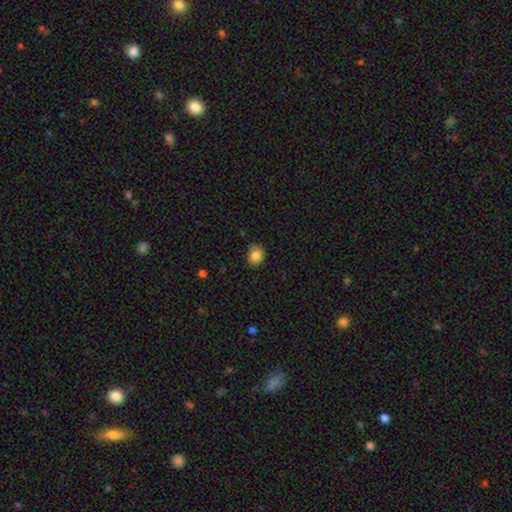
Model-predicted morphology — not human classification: Smooth or featured?
  - smooth: 84% *
  - star or artifact: 9%
  - featured or disk: 7%
How rounded?
  - round: 53% *
  - in between: 46%
  - cigar-shaped: 1%
Merging?
  - none: 75% *
  - minor disturbance: 21%
  - major disturbance: 3%
  - merger: 1%